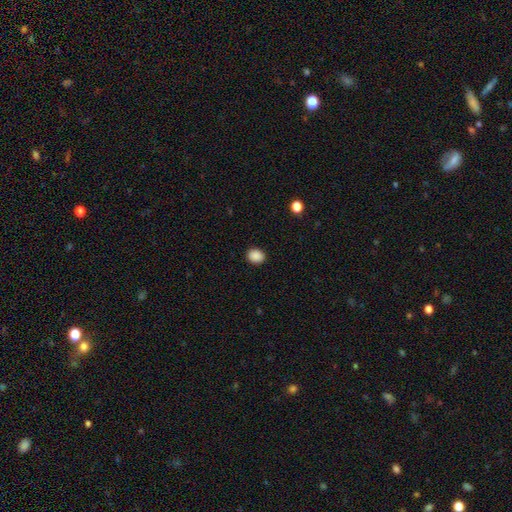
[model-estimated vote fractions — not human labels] Q: Smooth or featured?
A: smooth (89%); runner-up: star or artifact (9%)
Q: How rounded?
A: round (57%); runner-up: in between (42%)
Q: Merging?
A: none (90%); runner-up: minor disturbance (7%)